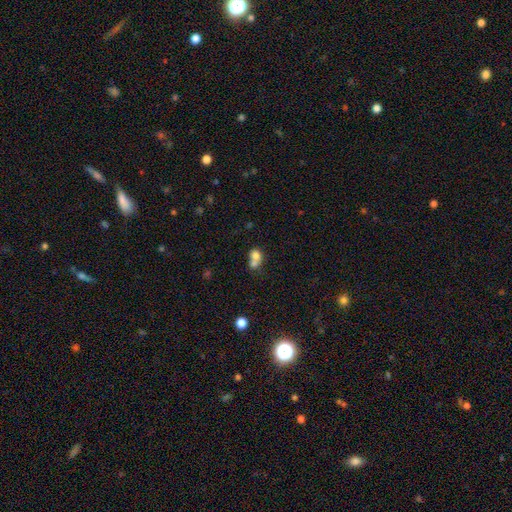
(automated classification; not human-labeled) This is likely a smooth galaxy (73%). How rounded: possibly round (59%). Merging: likely merger (67%).